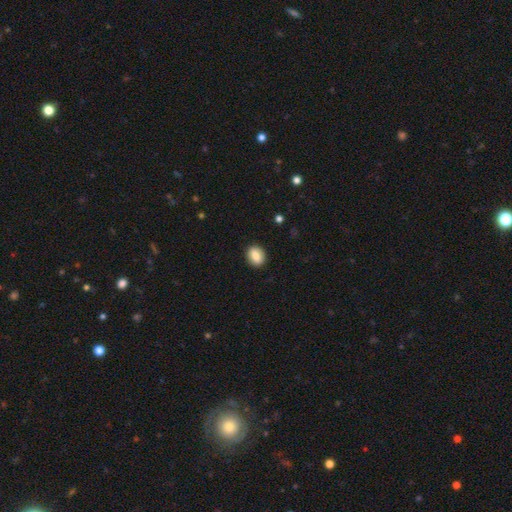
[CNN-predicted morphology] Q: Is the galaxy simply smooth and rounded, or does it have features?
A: smooth — 85%.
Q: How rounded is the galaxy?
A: in between — 62%.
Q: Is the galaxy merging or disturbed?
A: none — 89%.